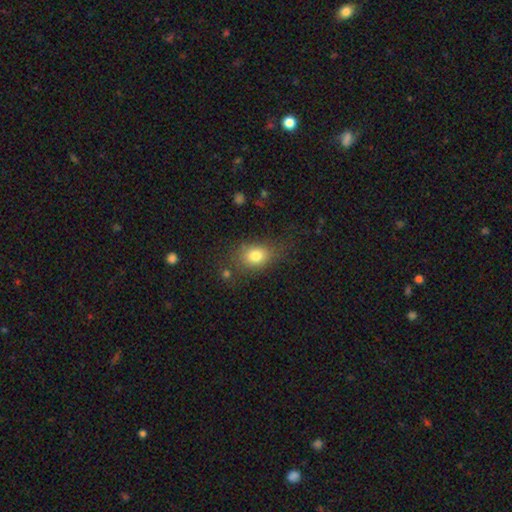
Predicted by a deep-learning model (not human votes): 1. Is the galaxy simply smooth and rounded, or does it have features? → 78% smooth, 12% star or artifact, 10% featured or disk.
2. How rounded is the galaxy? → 56% in between, 43% round, 2% cigar-shaped.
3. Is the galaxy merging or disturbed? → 68% none, 20% minor disturbance, 9% major disturbance, 4% merger.